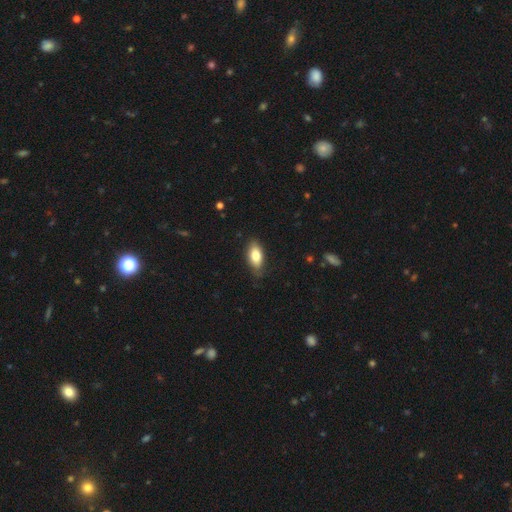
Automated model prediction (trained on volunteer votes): A smooth galaxy with no disk features (80%) that is in between round and cigar-shaped (88%).

Vote fractions:
- Smooth or featured? smooth: 80% / featured or disk: 13% / star or artifact: 7%
- How rounded? in between: 88% / cigar-shaped: 8% / round: 4%
- Merging? none: 78% / minor disturbance: 18% / major disturbance: 3% / merger: 1%